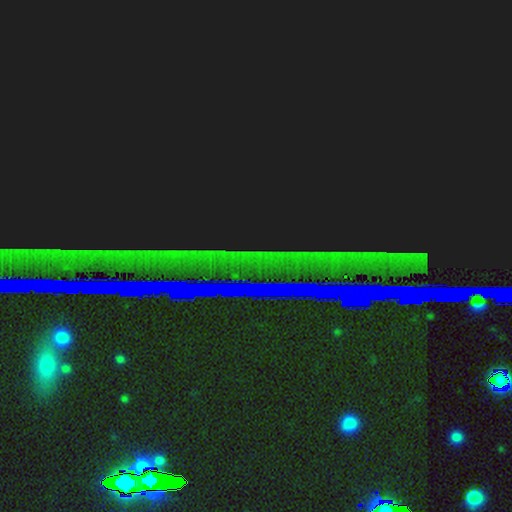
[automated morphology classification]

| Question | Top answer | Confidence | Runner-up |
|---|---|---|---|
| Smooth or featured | star or artifact | 88% | featured or disk (7%) |